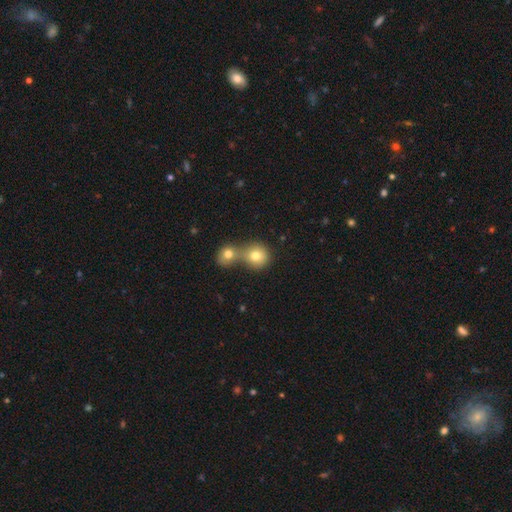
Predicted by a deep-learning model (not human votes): This is likely a smooth galaxy (77%). How rounded: clearly round (86%). Merging: possibly merger (60%).